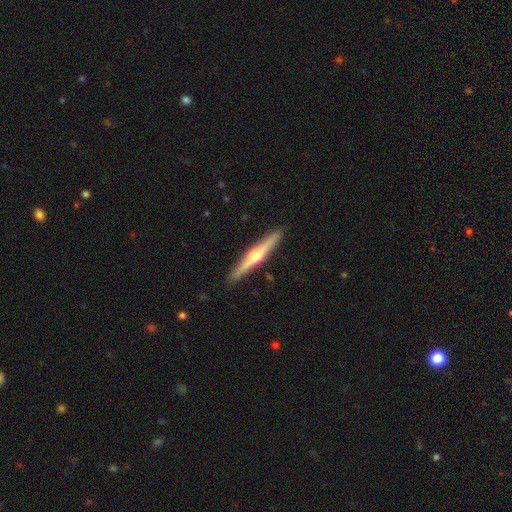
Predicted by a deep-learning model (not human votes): Q: Smooth or featured?
A: featured or disk (70%); runner-up: smooth (25%)
Q: Edge-on disk?
A: yes (98%); runner-up: no (2%)
Q: Edge-on bulge?
A: rounded (90%); runner-up: none (6%)
Q: Merging?
A: none (91%); runner-up: minor disturbance (6%)